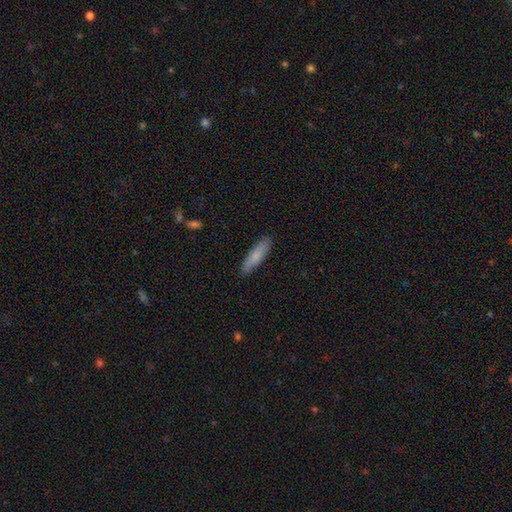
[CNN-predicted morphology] This appears to be a smooth galaxy with no disk features (79%) that is cigar-shaped (76%). Merging: none (88%).